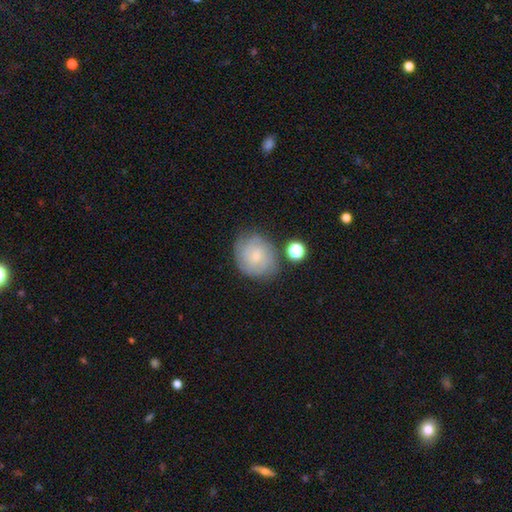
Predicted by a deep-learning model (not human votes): Smooth or featured?
  - featured or disk: 51% *
  - smooth: 40%
  - star or artifact: 9%
Edge-on disk?
  - no: 97% *
  - yes: 3%
Merging?
  - none: 72% *
  - minor disturbance: 18%
  - major disturbance: 6%
  - merger: 5%